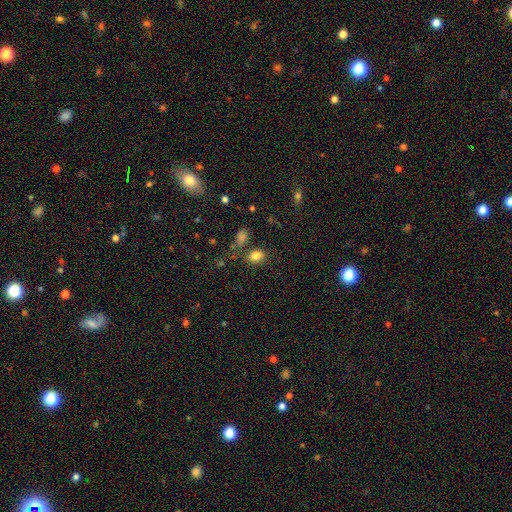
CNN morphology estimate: This appears to be a smooth galaxy with no disk features (82%) that is in between round and cigar-shaped (72%). Merging: none (74%).